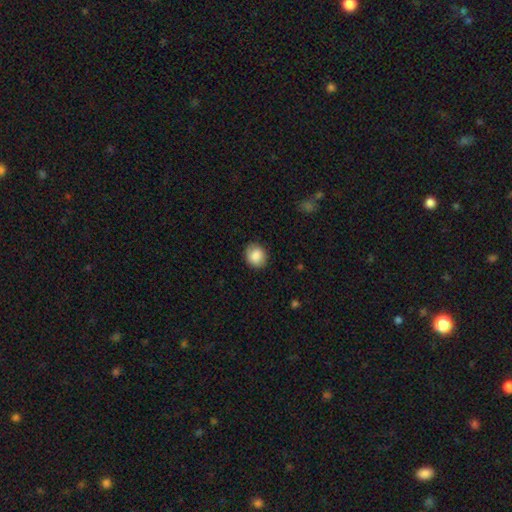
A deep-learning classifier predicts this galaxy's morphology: Smooth or featured: smooth — 87% (star or artifact — 8%)
How rounded: round — 70% (in between — 29%)
Merging: none — 85% (minor disturbance — 11%)